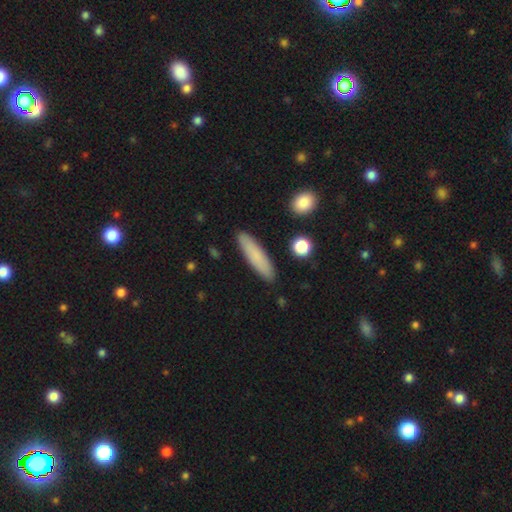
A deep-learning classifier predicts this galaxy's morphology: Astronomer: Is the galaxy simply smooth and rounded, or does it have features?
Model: smooth — 80%.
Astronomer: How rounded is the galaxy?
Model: cigar-shaped — 78%.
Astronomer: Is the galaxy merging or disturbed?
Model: none — 88%.